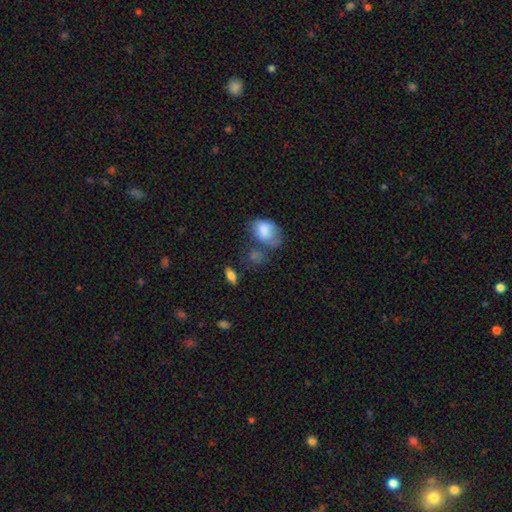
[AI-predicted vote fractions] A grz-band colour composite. It shows a smooth galaxy with no disk features (59%) that is in between round and cigar-shaped (59%). Merging: none (50%).